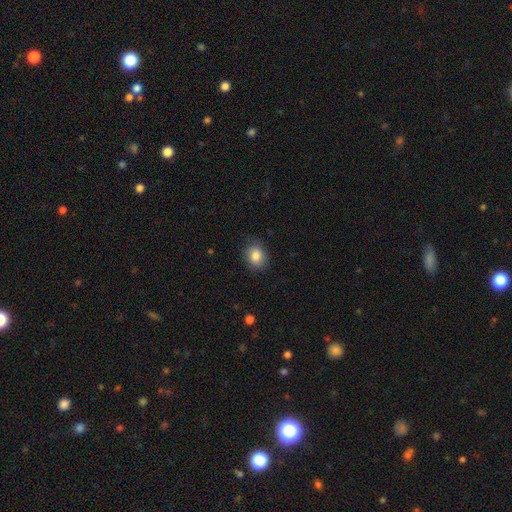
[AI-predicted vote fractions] The model was most divided on "how rounded": round: 58%, in between: 41%, cigar-shaped: 1%. More confident: smooth or featured — smooth (85%); merging — none (82%).